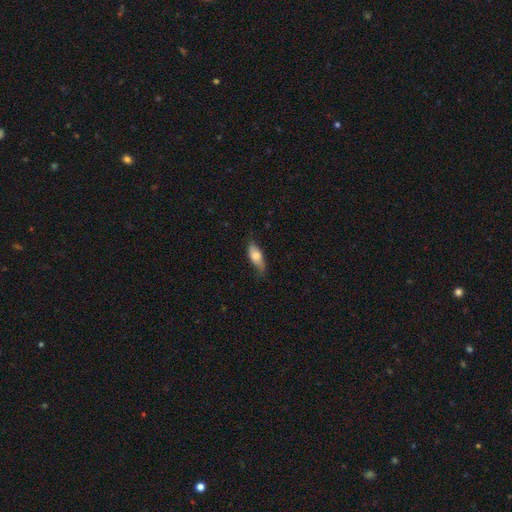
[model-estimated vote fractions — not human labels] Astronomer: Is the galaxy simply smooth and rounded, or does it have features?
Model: smooth — 66%.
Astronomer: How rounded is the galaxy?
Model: in between — 73%.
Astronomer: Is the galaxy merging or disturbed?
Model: none — 69%.